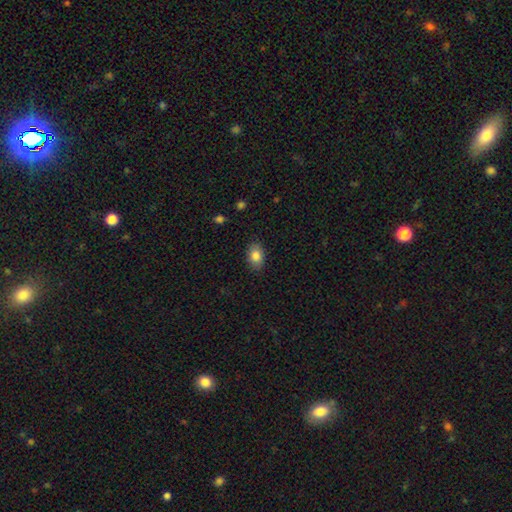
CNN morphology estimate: A smooth galaxy with no disk features (85%) that is in between round and cigar-shaped (86%).

Vote fractions:
- Smooth or featured? smooth: 85% / star or artifact: 8% / featured or disk: 7%
- How rounded? in between: 86% / round: 13% / cigar-shaped: 1%
- Merging? none: 87% / minor disturbance: 10% / major disturbance: 2% / merger: 1%